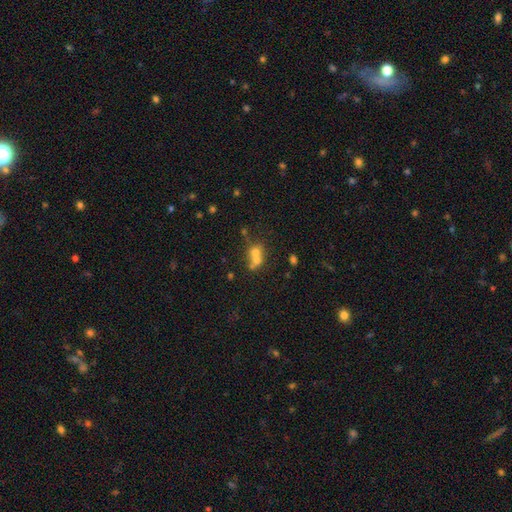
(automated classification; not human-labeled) Morphology: type=smooth (60%); roundness=round (71%); merging=merger (60%).